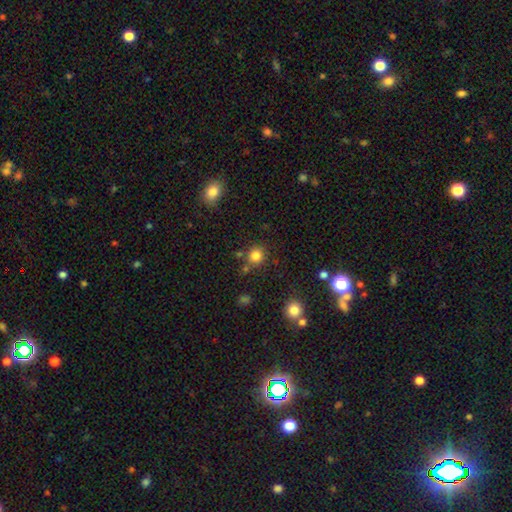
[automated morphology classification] smooth_or_featured: smooth (p=0.82) [alt: star or artifact p=0.13]
how_rounded: round (p=0.90) [alt: in between p=0.09]
merging: none (p=0.76) [alt: minor disturbance p=0.10]